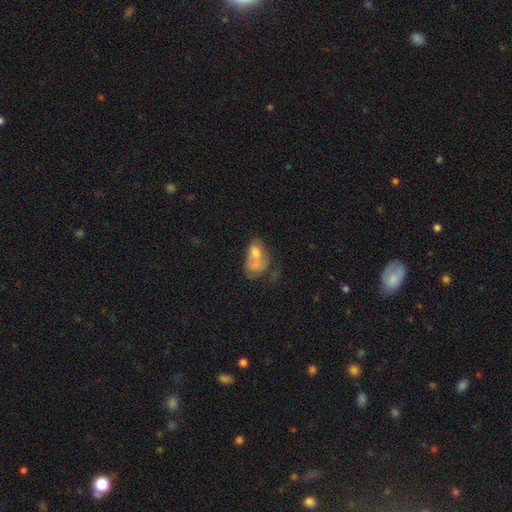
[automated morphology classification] Smooth or featured? Predicted: smooth (p=0.60). How rounded? Predicted: in between (p=0.82). Merging? Predicted: merger (p=0.51).